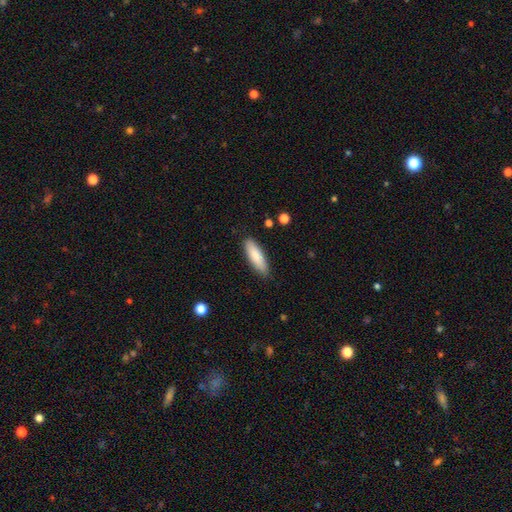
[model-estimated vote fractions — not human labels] A smooth galaxy with no disk features (85%) that is in between round and cigar-shaped (51%). Merging: none (87%).